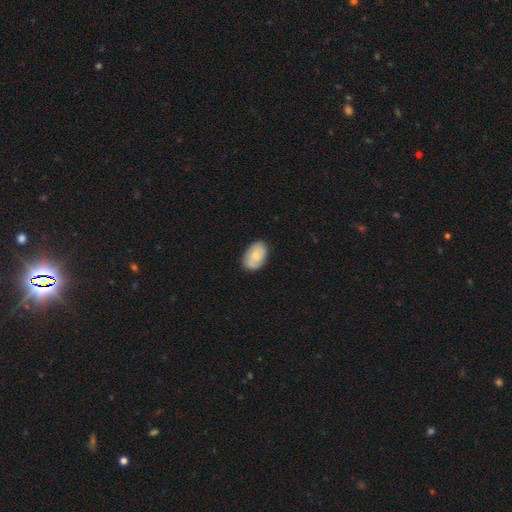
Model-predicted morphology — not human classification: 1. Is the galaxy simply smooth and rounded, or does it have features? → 67% smooth, 27% featured or disk, 7% star or artifact.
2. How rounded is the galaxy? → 90% in between, 9% round, 1% cigar-shaped.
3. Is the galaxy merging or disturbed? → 79% none, 16% minor disturbance, 3% major disturbance, 1% merger.